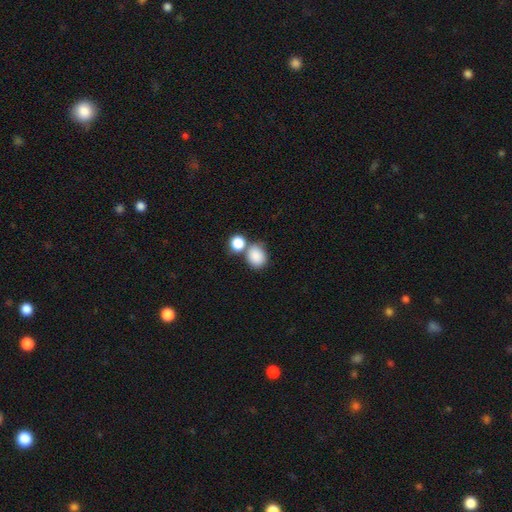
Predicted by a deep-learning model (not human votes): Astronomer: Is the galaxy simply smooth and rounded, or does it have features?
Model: smooth — 86%.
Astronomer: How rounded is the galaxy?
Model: round — 59% (runner-up: in between, 39%).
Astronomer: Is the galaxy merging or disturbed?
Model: none — 47% (runner-up: merger, 38%).